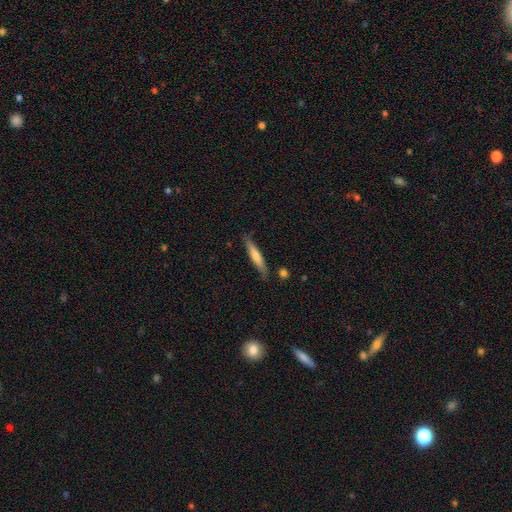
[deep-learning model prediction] Smooth or featured? Predicted: smooth (p=0.53). How rounded? Predicted: cigar-shaped (p=0.92). Merging? Predicted: none (p=0.81).